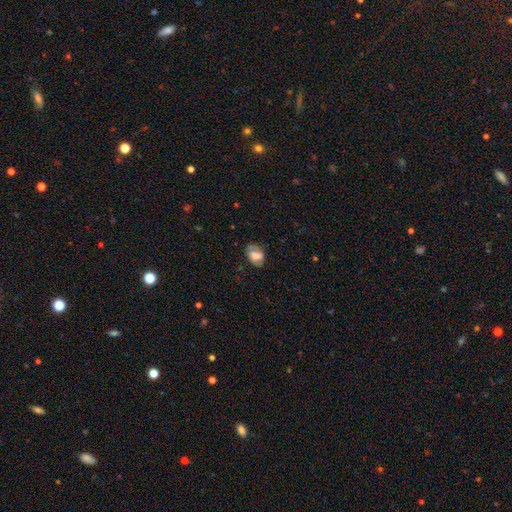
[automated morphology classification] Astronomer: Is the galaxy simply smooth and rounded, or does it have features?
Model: smooth — 50% (runner-up: featured or disk, 40%).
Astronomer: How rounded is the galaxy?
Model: in between — 83%.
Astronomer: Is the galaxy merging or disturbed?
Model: none — 71%.